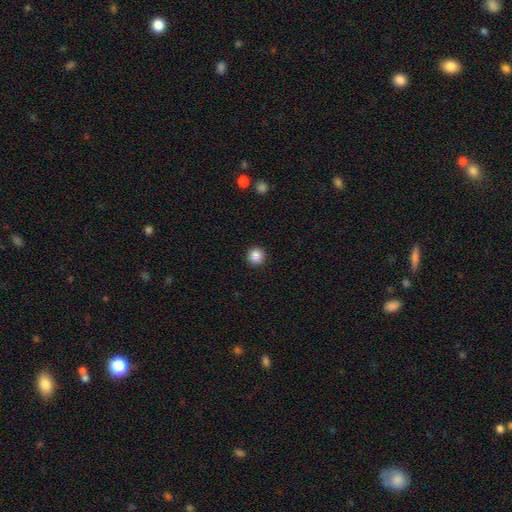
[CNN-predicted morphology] smooth 87%, star or artifact 10%, featured or disk 3%. Down the decision tree: how rounded — round (94%); merging — none (92%).